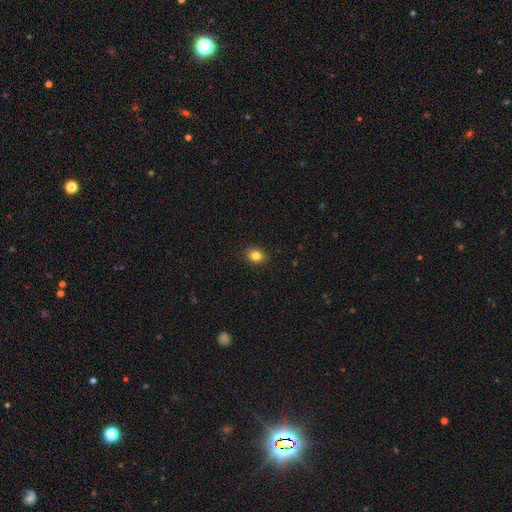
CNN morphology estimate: Overall: smooth (84%). How rounded: in between (53%; round 46%). Merging: none (89%).